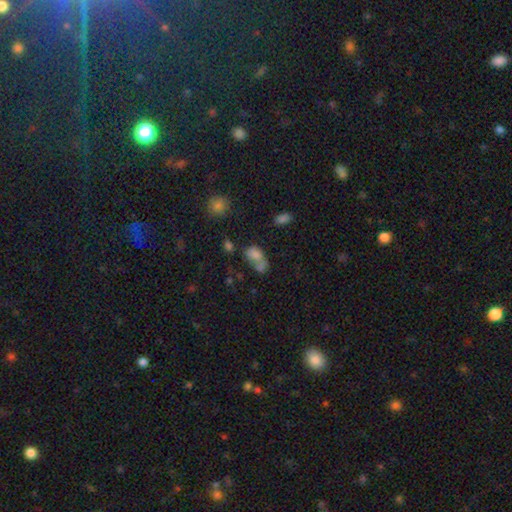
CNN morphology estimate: smooth 70%, featured or disk 17%, star or artifact 13%. Down the decision tree: how rounded — in between (79%); merging — merger (52%).